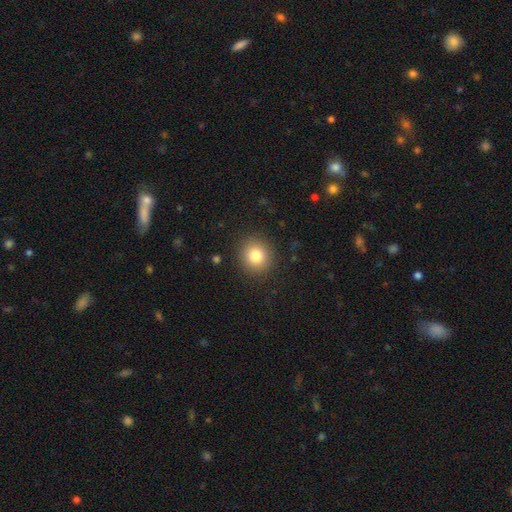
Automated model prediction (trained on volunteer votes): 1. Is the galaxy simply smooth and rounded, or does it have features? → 81% smooth, 11% star or artifact, 8% featured or disk.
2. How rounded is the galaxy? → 88% round, 12% in between, 1% cigar-shaped.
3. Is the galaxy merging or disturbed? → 89% none, 7% minor disturbance, 3% major disturbance, 1% merger.